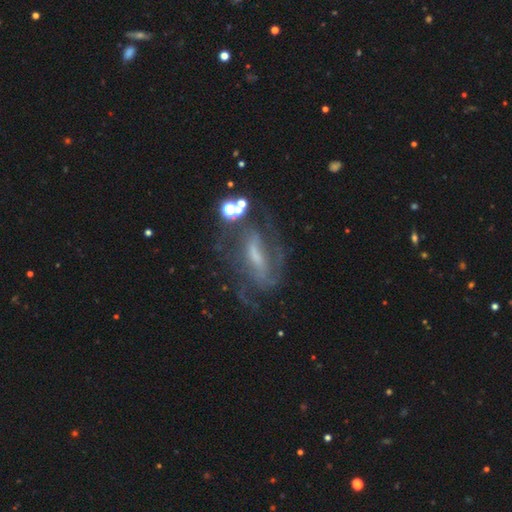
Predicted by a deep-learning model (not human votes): Overall: featured or disk (77%). Edge-on disk: no (88%). Bar: strong (41%; weak 38%). Spiral arms: yes (85%). Spiral arm count: can't tell (37%; 2 35%). Spiral winding: medium (44%; tight 35%). Bulge size: small (42%; moderate 28%). Merging: none (53%; major disturbance 22%).